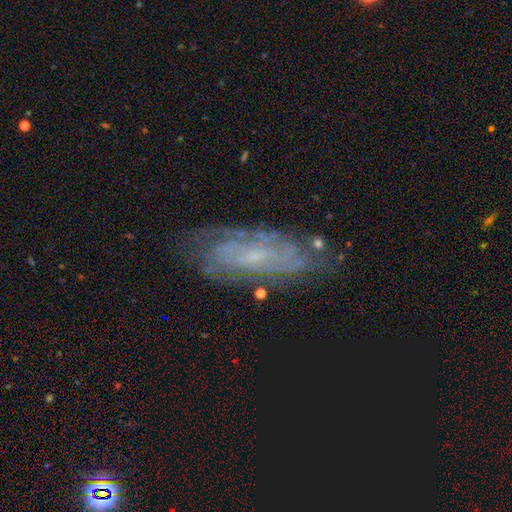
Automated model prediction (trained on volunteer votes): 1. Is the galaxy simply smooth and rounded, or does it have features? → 70% featured or disk, 16% smooth, 14% star or artifact.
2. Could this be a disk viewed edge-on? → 87% no, 13% yes.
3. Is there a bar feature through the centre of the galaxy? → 60% no, 32% weak, 8% strong.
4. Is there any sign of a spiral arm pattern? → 86% yes, 14% no.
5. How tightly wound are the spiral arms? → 63% tight, 28% medium, 9% loose.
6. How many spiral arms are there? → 57% can't tell, 17% 2, 9% 3, 7% 4, 5% more than 4, 5% 1.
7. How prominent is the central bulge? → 71% small, 14% moderate, 13% none, 2% large, 1% dominant.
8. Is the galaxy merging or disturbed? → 74% none, 17% minor disturbance, 6% major disturbance, 2% merger.